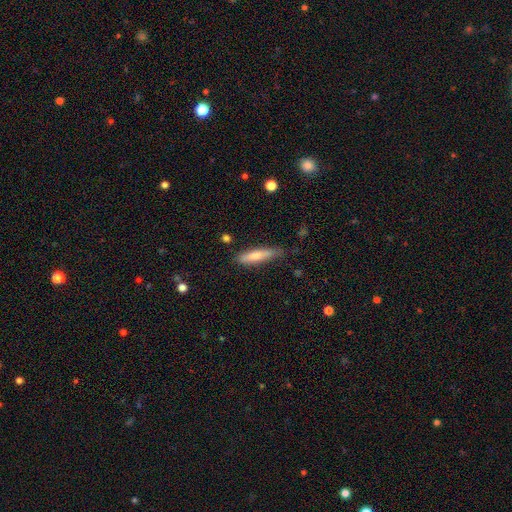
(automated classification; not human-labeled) smooth_or_featured: smooth (p=0.74) [alt: featured or disk p=0.20]
how_rounded: cigar-shaped (p=0.78) [alt: in between p=0.20]
merging: none (p=0.71) [alt: minor disturbance p=0.22]